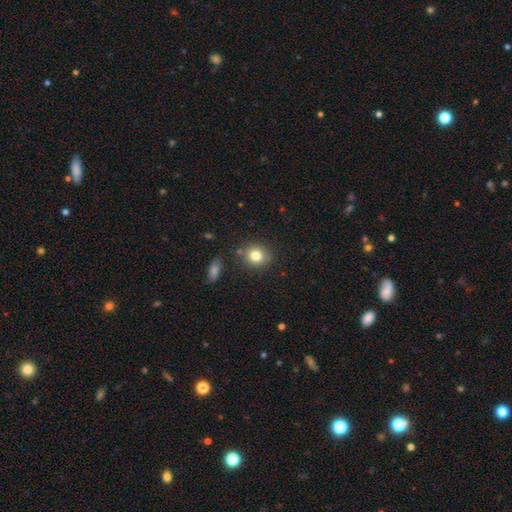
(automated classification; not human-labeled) smooth_or_featured: smooth (p=0.80) [alt: star or artifact p=0.11]
how_rounded: round (p=0.83) [alt: in between p=0.16]
merging: none (p=0.81) [alt: minor disturbance p=0.10]